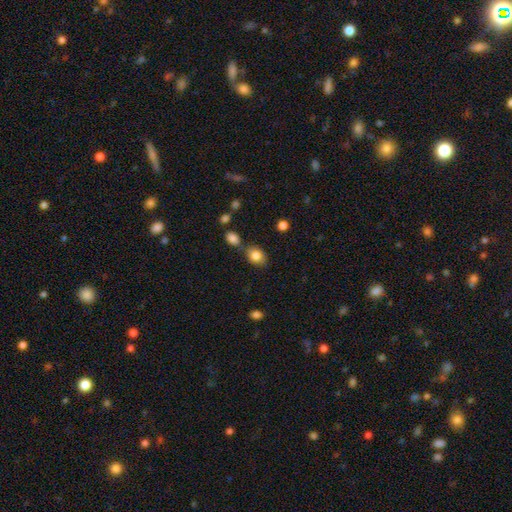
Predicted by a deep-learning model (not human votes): smooth-or-featured: smooth: 83% | star or artifact: 9% | featured or disk: 8%
  how-rounded: in between: 66% | round: 33% | cigar-shaped: 1%
  merging: none: 70% | minor disturbance: 14% | merger: 12% | major disturbance: 4%